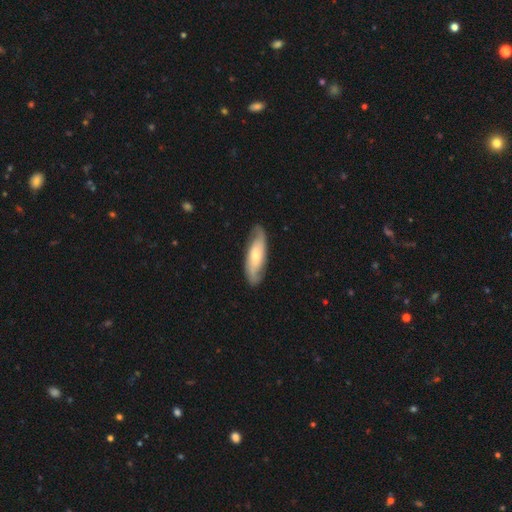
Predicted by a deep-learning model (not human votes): Smooth or featured? featured or disk (60%)
Edge-on disk? no (80%)
Merging? none (80%)